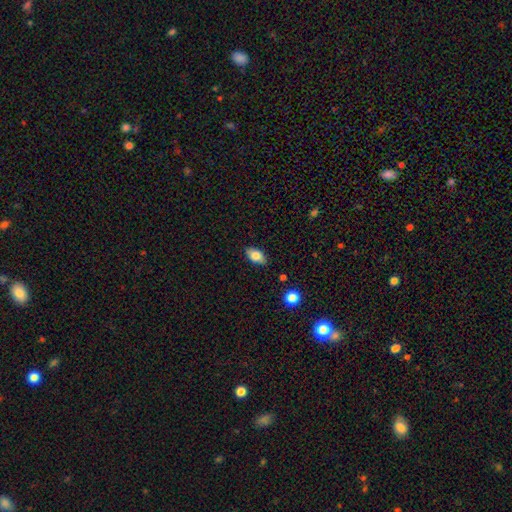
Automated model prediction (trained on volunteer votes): Morphology: type=smooth (79%); roundness=in between (90%); merging=none (83%).